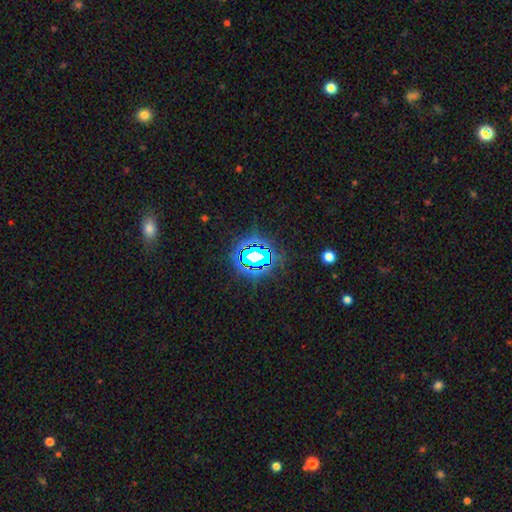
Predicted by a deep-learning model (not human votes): star or artifact 73%, smooth 15%, featured or disk 12%.